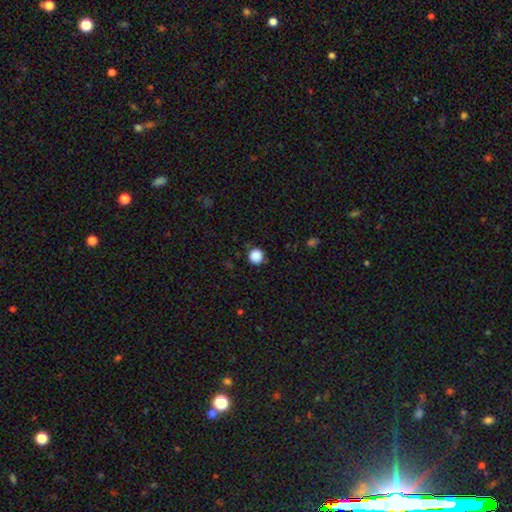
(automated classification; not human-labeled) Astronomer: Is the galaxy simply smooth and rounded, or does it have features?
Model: smooth — 88%.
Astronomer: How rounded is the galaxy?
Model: round — 95%.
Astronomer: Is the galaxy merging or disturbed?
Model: none — 88%.